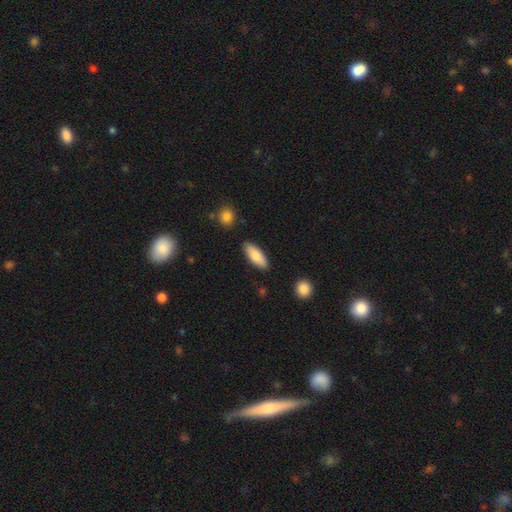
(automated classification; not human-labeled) Q: Smooth or featured?
A: smooth (79%); runner-up: featured or disk (15%)
Q: How rounded?
A: in between (72%); runner-up: cigar-shaped (26%)
Q: Merging?
A: none (87%); runner-up: minor disturbance (9%)